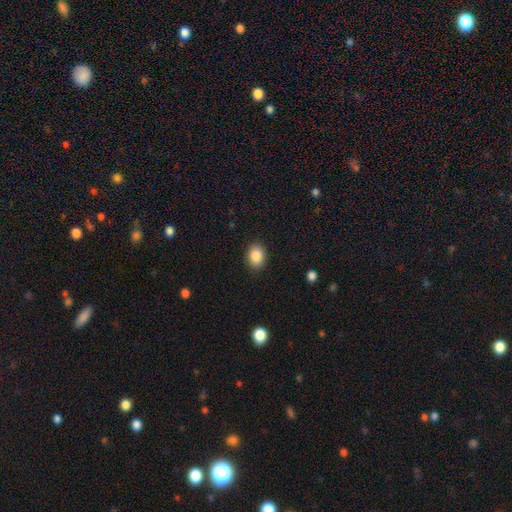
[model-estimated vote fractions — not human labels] Smooth or featured? smooth (87%)
How rounded? in between (72%)
Merging? none (89%)